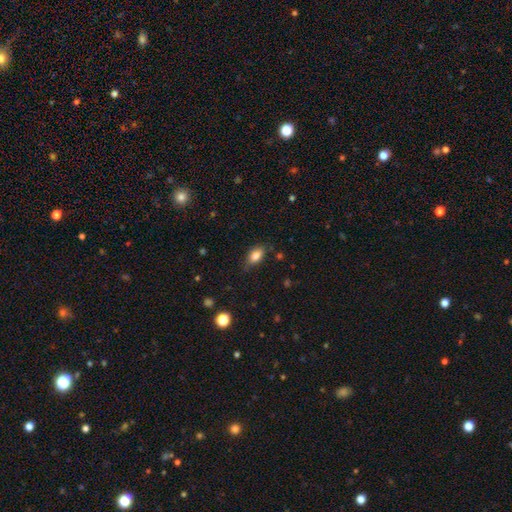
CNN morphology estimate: smooth 82%, featured or disk 9%, star or artifact 9%. Down the decision tree: how rounded — in between (88%); merging — none (76%).